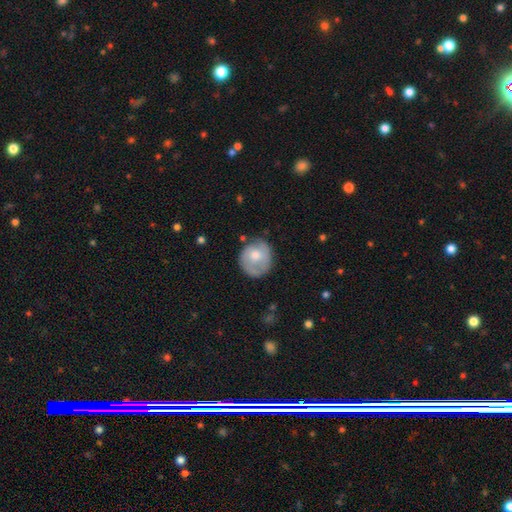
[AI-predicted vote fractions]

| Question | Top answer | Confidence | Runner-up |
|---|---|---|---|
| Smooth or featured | smooth | 59% | featured or disk (35%) |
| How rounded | round | 78% | in between (21%) |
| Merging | none | 62% | minor disturbance (27%) |